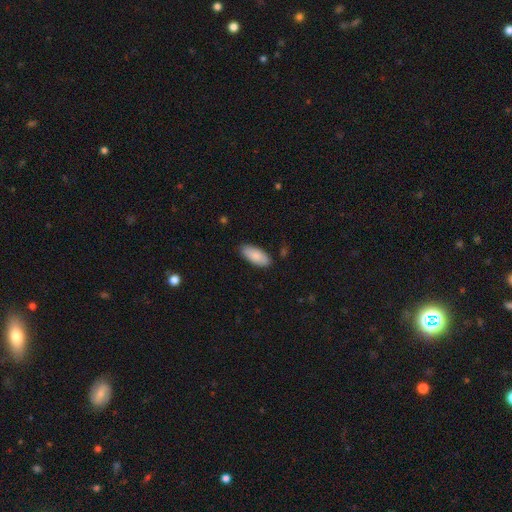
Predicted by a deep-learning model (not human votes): This appears to be a smooth galaxy with no disk features (86%) that is in between round and cigar-shaped (86%). Merging: none (85%).